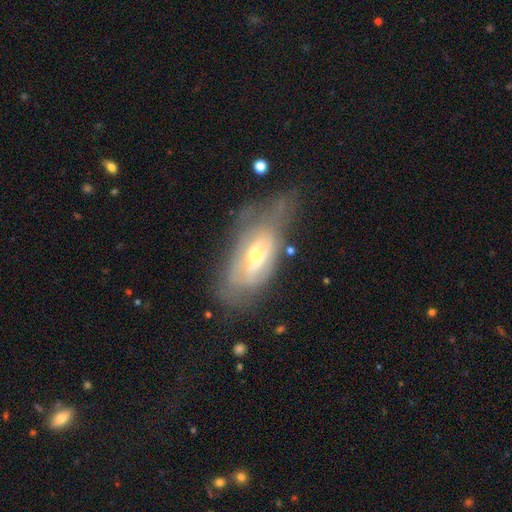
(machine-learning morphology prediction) smooth-or-featured: featured or disk: 64% | smooth: 28% | star or artifact: 8%
  disk-edge-on: no: 84% | yes: 16%
    bar: no: 54% | weak: 34% | strong: 12%
    has-spiral-arms: yes: 52% | no: 48%
    bulge-size: moderate: 55% | small: 38% | large: 4% | none: 1% | dominant: 1%
  merging: none: 38% | minor disturbance: 31% | major disturbance: 27% | merger: 3%